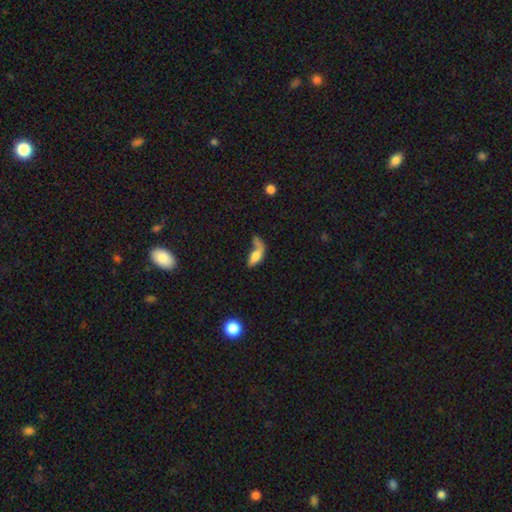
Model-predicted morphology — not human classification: type=smooth (58%); roundness=in between (69%); merging=major disturbance (35%).